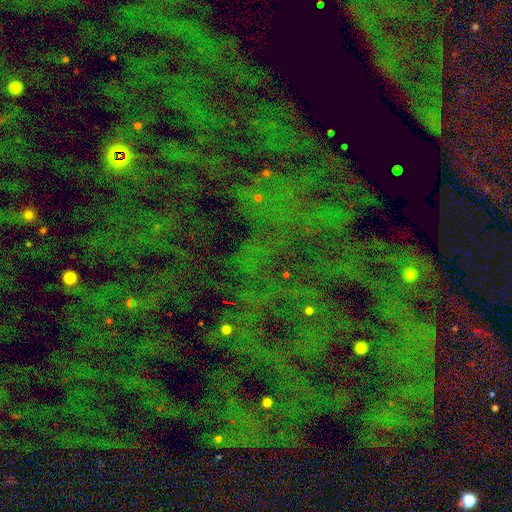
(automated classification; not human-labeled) smooth-or-featured: star or artifact: 80% | smooth: 12% | featured or disk: 9%